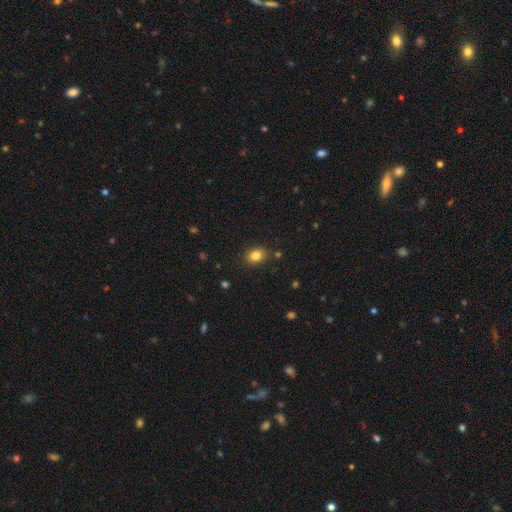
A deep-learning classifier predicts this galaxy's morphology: Smooth or featured?
  - smooth: 83% *
  - star or artifact: 11%
  - featured or disk: 6%
How rounded?
  - in between: 62% *
  - round: 37%
  - cigar-shaped: 1%
Merging?
  - none: 85% *
  - minor disturbance: 10%
  - major disturbance: 3%
  - merger: 2%